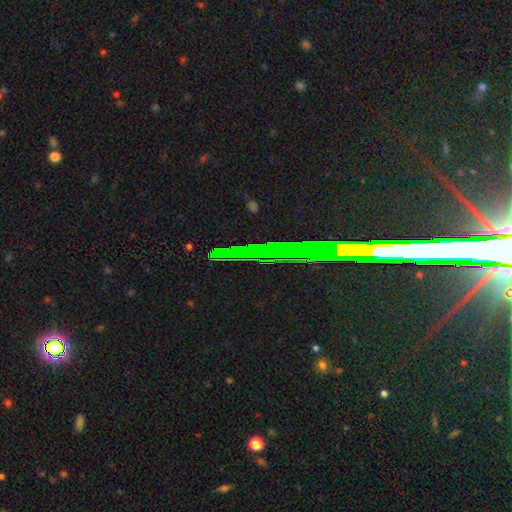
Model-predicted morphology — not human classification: Smooth or featured? star or artifact (69%)